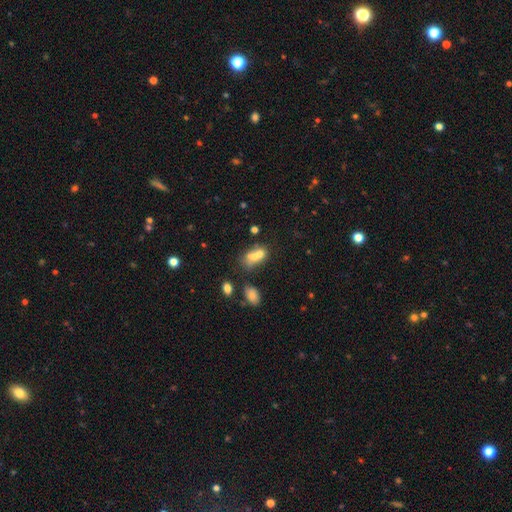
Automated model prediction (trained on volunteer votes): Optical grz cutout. It shows a smooth galaxy with no disk features (61%) that is in between round and cigar-shaped (59%). Merging: merger (60%).